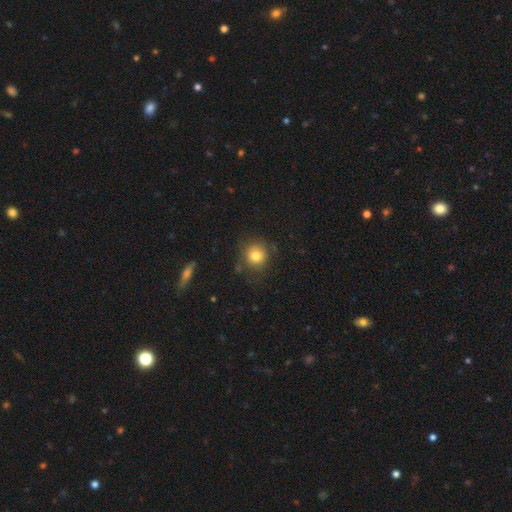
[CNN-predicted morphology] A smooth galaxy with no disk features (80%) that is round (88%). Merging: none (79%).